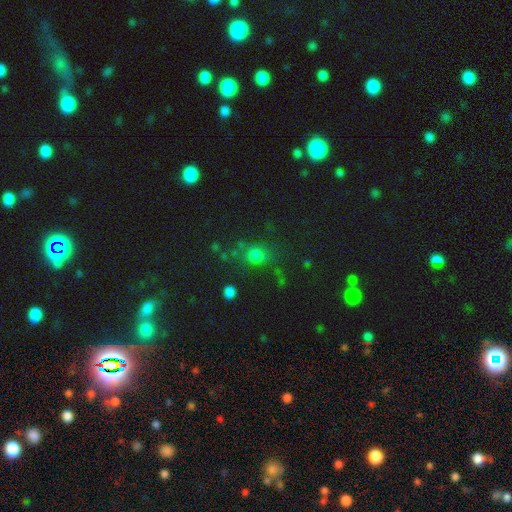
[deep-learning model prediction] smooth-or-featured: smooth: 69% | star or artifact: 19% | featured or disk: 12%
  how-rounded: round: 63% | in between: 34% | cigar-shaped: 2%
  merging: none: 60% | minor disturbance: 18% | major disturbance: 16% | merger: 6%